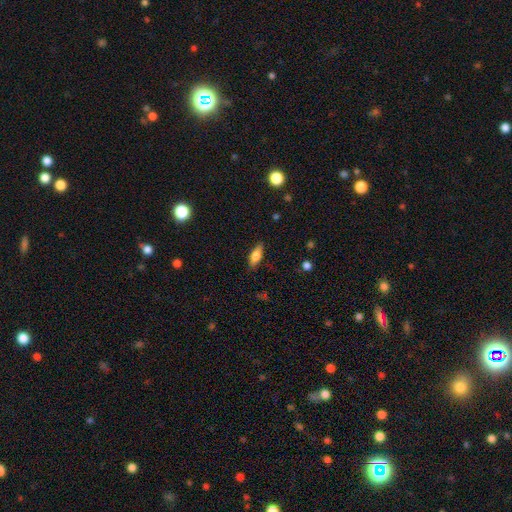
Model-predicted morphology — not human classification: smooth 72%, featured or disk 20%, star or artifact 8%. Down the decision tree: how rounded — in between (68%); merging — none (82%).